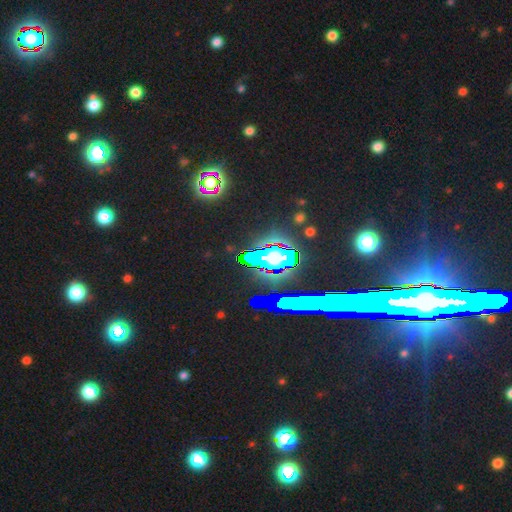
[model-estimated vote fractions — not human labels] star or artifact 81%, featured or disk 10%, smooth 9%.